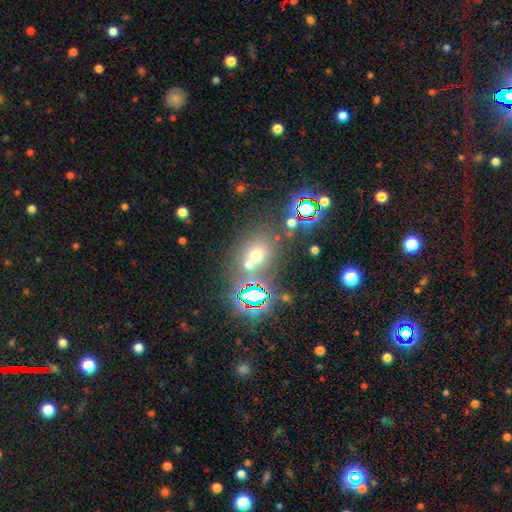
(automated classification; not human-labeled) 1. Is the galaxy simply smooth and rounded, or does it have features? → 52% smooth, 35% star or artifact, 13% featured or disk.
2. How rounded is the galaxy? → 64% round, 35% in between, 2% cigar-shaped.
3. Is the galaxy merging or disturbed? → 58% none, 27% merger, 10% minor disturbance, 5% major disturbance.